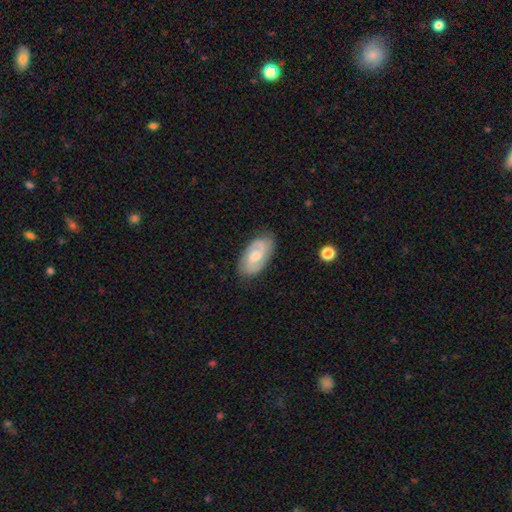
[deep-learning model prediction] Smooth or featured? featured or disk (70%)
Edge-on disk? no (95%)
Bar? no (53%)
Spiral arms? yes (90%)
Spiral winding? tight (45%)
Spiral arm count? 2 (81%)
Bulge size? moderate (59%)
Merging? none (81%)